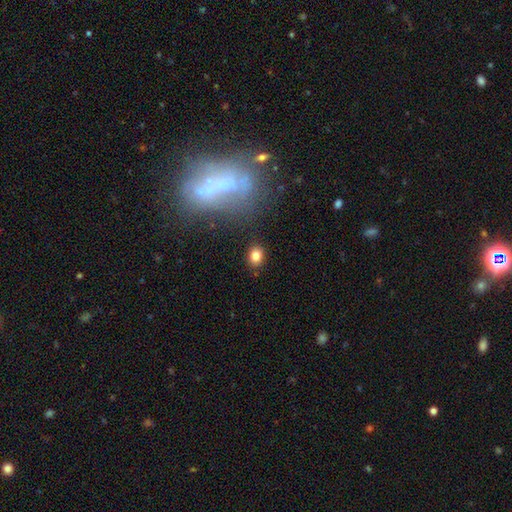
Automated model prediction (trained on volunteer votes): smooth 83%, star or artifact 11%, featured or disk 6%. Down the decision tree: how rounded — in between (52%); merging — none (86%).